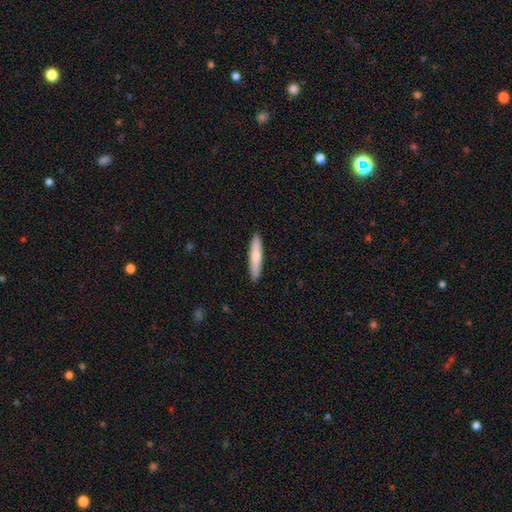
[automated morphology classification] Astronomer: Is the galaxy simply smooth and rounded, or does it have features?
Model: smooth — 74%.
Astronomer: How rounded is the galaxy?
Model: cigar-shaped — 88%.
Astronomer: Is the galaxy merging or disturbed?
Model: none — 91%.